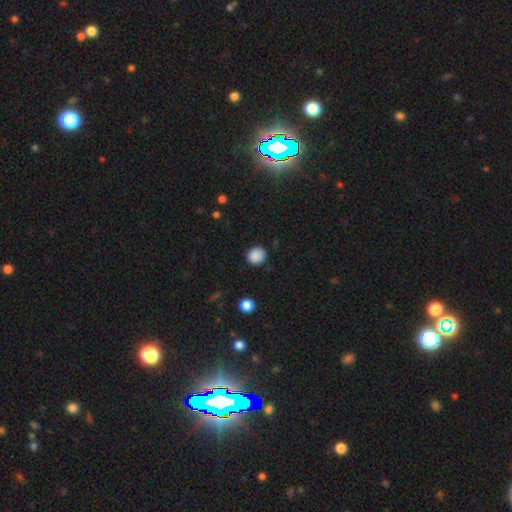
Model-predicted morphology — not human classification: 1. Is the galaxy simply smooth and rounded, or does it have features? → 87% smooth, 10% star or artifact, 3% featured or disk.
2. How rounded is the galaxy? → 87% round, 12% in between, 1% cigar-shaped.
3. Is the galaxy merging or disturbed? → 86% none, 10% minor disturbance, 3% major disturbance, 1% merger.